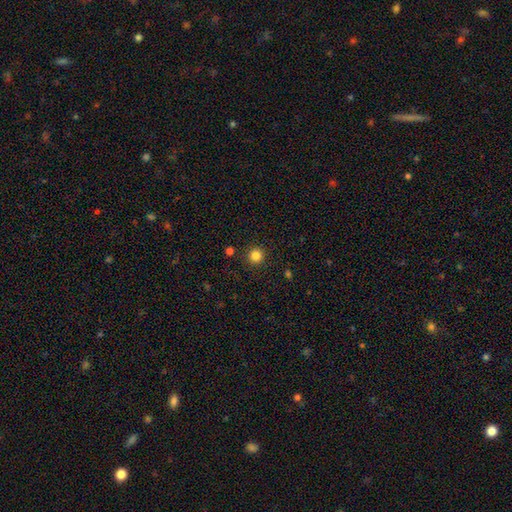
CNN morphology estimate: A smooth galaxy with no disk features (84%) that is round (95%).

Vote fractions:
- Smooth or featured? smooth: 84% / star or artifact: 12% / featured or disk: 4%
- How rounded? round: 95% / in between: 4% / cigar-shaped: 1%
- Merging? none: 91% / minor disturbance: 5% / major disturbance: 2% / merger: 2%